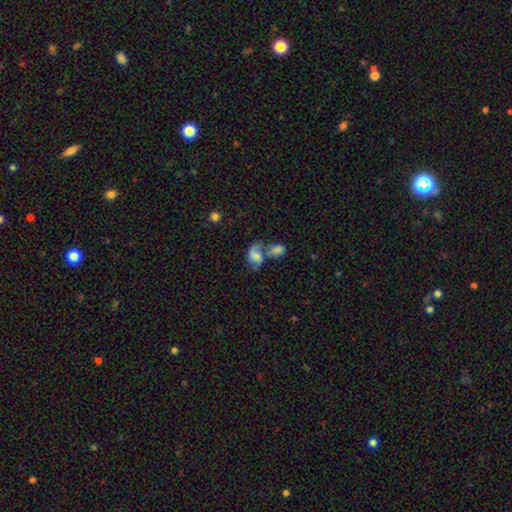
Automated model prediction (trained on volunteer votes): This appears to be a featured or disk galaxy (51%). Merging: merger (54%).